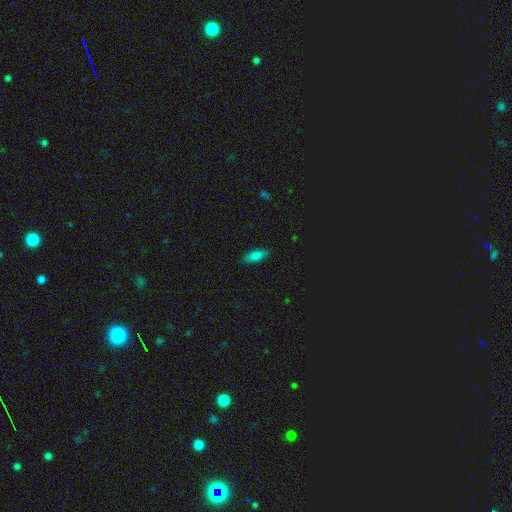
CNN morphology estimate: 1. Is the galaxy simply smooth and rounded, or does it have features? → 79% smooth, 11% star or artifact, 11% featured or disk.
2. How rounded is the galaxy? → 73% in between, 25% cigar-shaped, 3% round.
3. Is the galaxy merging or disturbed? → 86% none, 11% minor disturbance, 2% major disturbance, 1% merger.